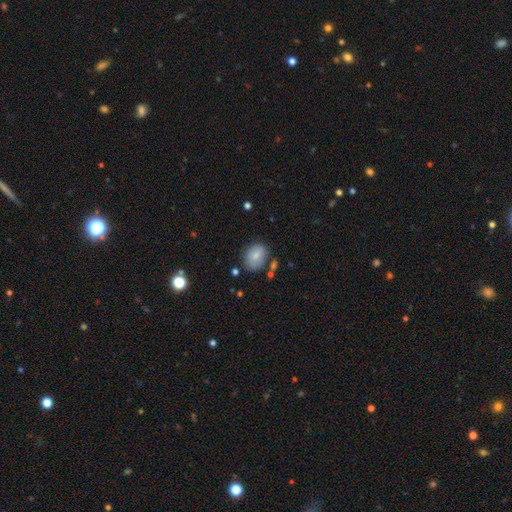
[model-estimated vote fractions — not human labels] Morphology: type=smooth (76%); roundness=in between (65%); merging=none (70%).